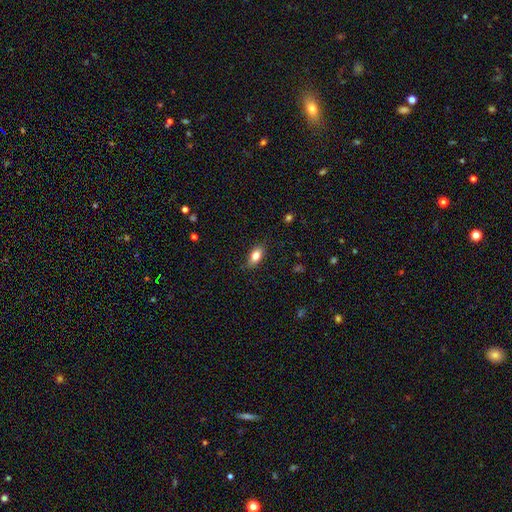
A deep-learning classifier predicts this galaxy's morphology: smooth-or-featured: smooth: 80% | featured or disk: 12% | star or artifact: 8%
  how-rounded: in between: 85% | cigar-shaped: 9% | round: 6%
  merging: none: 84% | minor disturbance: 13% | major disturbance: 3% | merger: 1%